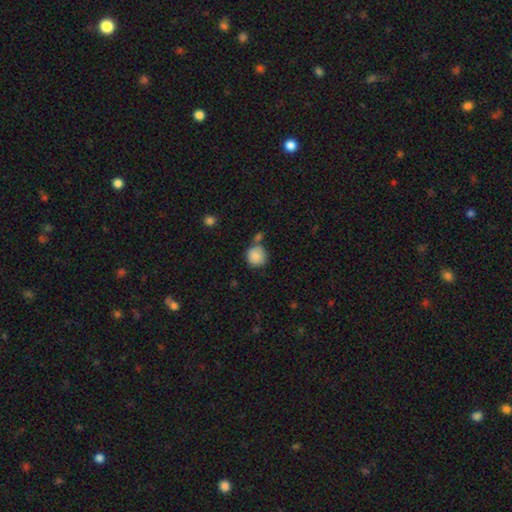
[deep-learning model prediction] smooth-or-featured: smooth: 87% | star or artifact: 8% | featured or disk: 5%
  how-rounded: round: 90% | in between: 9% | cigar-shaped: 1%
  merging: none: 62% | merger: 18% | minor disturbance: 15% | major disturbance: 5%